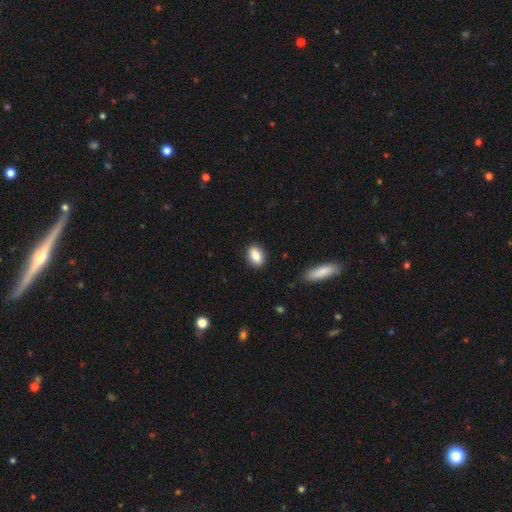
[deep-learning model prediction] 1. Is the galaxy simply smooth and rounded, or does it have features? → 86% smooth, 7% star or artifact, 7% featured or disk.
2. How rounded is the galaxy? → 84% in between, 12% round, 5% cigar-shaped.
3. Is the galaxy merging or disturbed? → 86% none, 10% minor disturbance, 2% major disturbance, 2% merger.